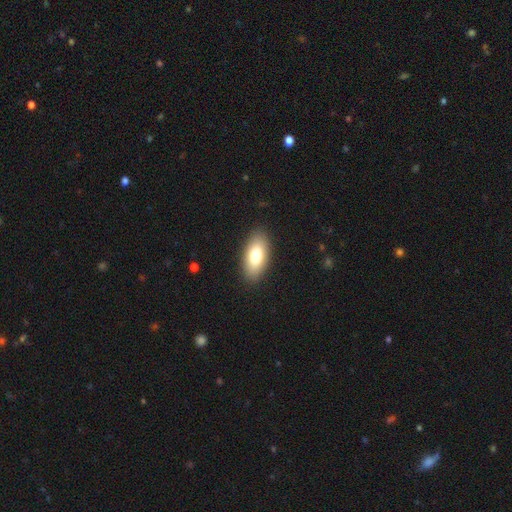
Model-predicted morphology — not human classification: This is likely a smooth galaxy (77%). How rounded: clearly in between (90%). Merging: clearly none (89%).